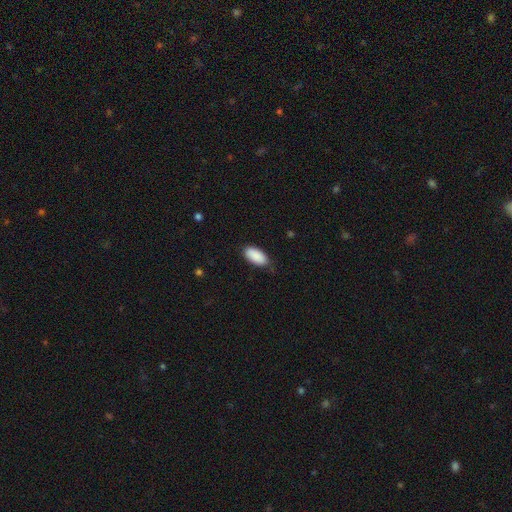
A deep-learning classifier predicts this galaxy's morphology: Smooth or featured: smooth — 90% (star or artifact — 6%)
How rounded: in between — 94% (cigar-shaped — 4%)
Merging: none — 79% (minor disturbance — 17%)